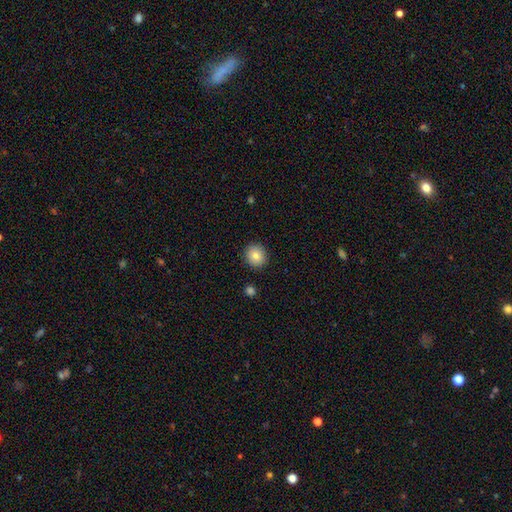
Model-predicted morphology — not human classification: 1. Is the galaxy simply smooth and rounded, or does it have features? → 83% smooth, 9% star or artifact, 8% featured or disk.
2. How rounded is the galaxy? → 88% round, 11% in between, 1% cigar-shaped.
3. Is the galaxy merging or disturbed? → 91% none, 6% minor disturbance, 2% major disturbance, 1% merger.